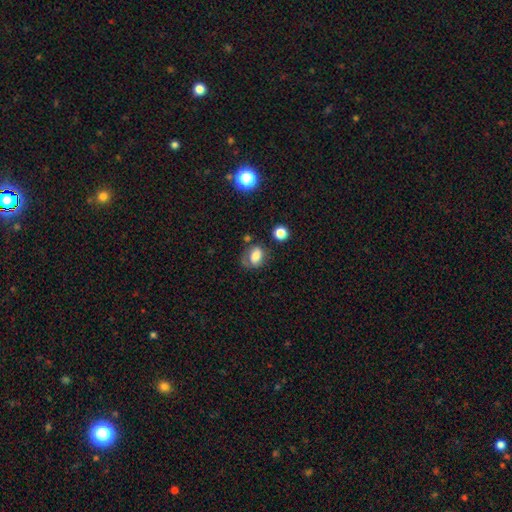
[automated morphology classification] A smooth galaxy with no disk features (70%) that is in between round and cigar-shaped (67%).

Vote fractions:
- Smooth or featured? smooth: 70% / featured or disk: 18% / star or artifact: 11%
- How rounded? in between: 67% / round: 32% / cigar-shaped: 1%
- Merging? none: 53% / minor disturbance: 25% / major disturbance: 15% / merger: 7%